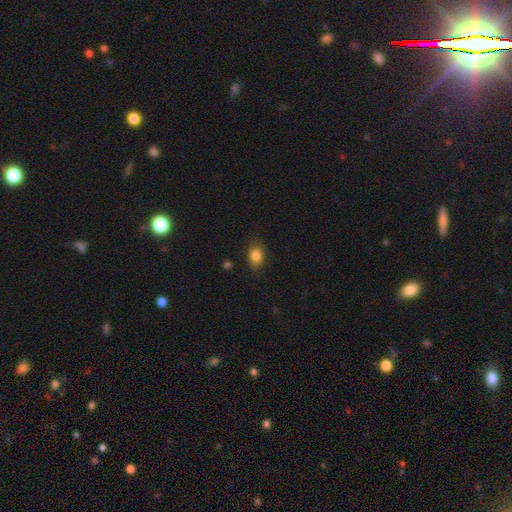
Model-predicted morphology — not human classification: This appears to be a smooth galaxy with no disk features (84%) that is in between round and cigar-shaped (68%). Merging: none (80%).